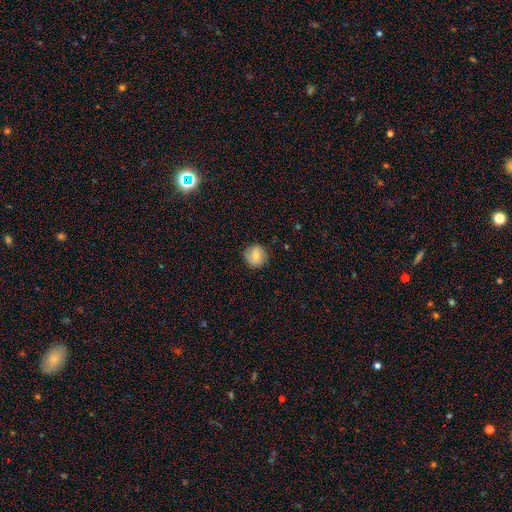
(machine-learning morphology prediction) Smooth or featured: smooth — 61% (featured or disk — 30%)
How rounded: round — 87% (in between — 12%)
Merging: none — 80% (minor disturbance — 15%)